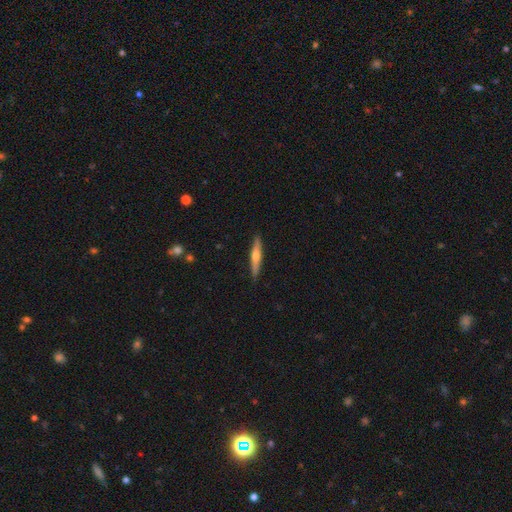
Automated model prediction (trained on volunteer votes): featured or disk 52%, smooth 43%, star or artifact 6%. Down the decision tree: edge-on disk — yes (95%); merging — none (90%).